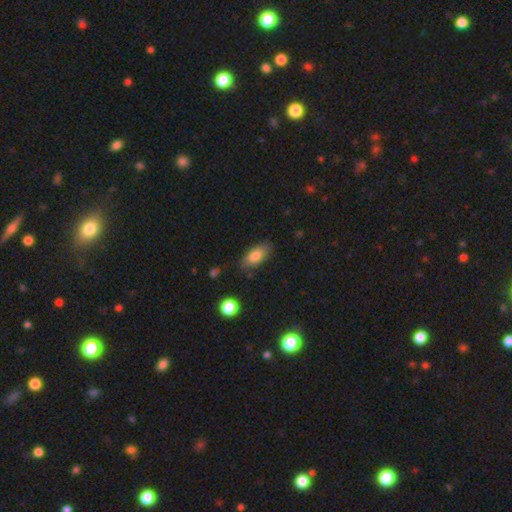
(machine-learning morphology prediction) A smooth galaxy with no disk features (80%) that is in between round and cigar-shaped (83%). Merging: none (80%).